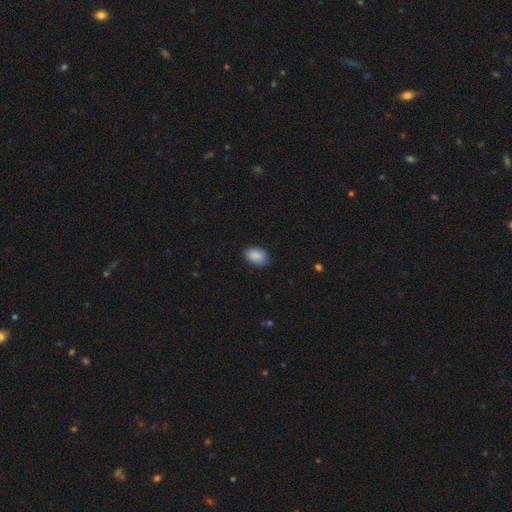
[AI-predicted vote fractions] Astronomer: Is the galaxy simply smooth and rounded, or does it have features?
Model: smooth — 89%.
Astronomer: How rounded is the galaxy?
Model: in between — 83%.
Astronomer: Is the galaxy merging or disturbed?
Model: none — 84%.